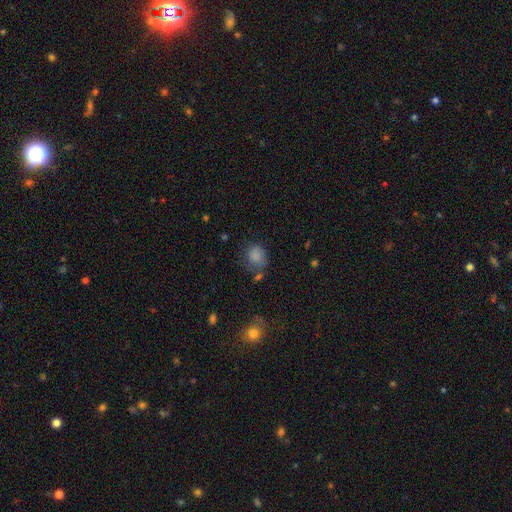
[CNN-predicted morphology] Q: Smooth or featured?
A: smooth (82%); runner-up: star or artifact (11%)
Q: How rounded?
A: round (63%); runner-up: in between (36%)
Q: Merging?
A: none (57%); runner-up: minor disturbance (24%)